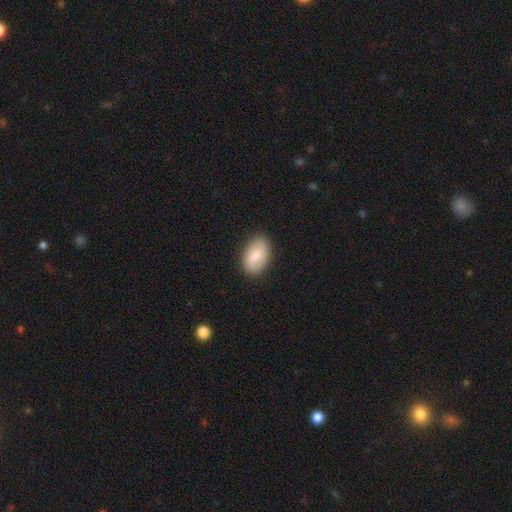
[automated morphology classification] A smooth galaxy with no disk features (82%) that is in between round and cigar-shaped (93%).

Vote fractions:
- Smooth or featured? smooth: 82% / featured or disk: 12% / star or artifact: 6%
- How rounded? in between: 93% / round: 5% / cigar-shaped: 2%
- Merging? none: 86% / minor disturbance: 10% / major disturbance: 2% / merger: 1%